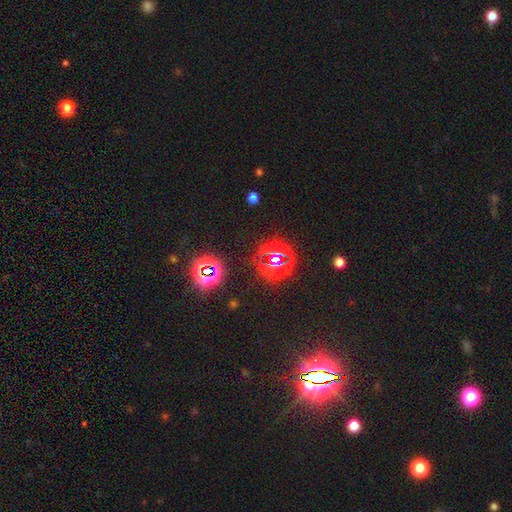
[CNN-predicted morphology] This is likely a star or artifact rather than a galaxy (79%).